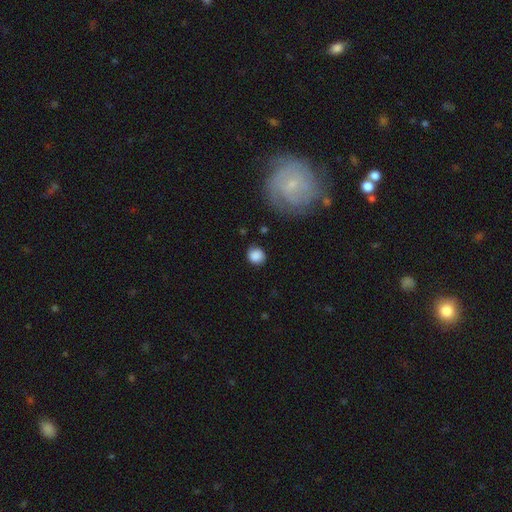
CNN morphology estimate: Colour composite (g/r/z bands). It shows a smooth galaxy with no disk features (86%) that is round (83%). Merging: none (82%).